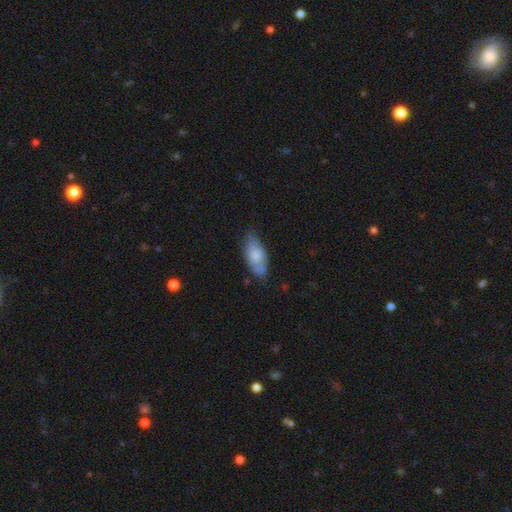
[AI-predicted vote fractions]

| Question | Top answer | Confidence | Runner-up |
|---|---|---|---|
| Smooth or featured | smooth | 69% | featured or disk (25%) |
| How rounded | in between | 84% | cigar-shaped (14%) |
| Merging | none | 64% | minor disturbance (29%) |